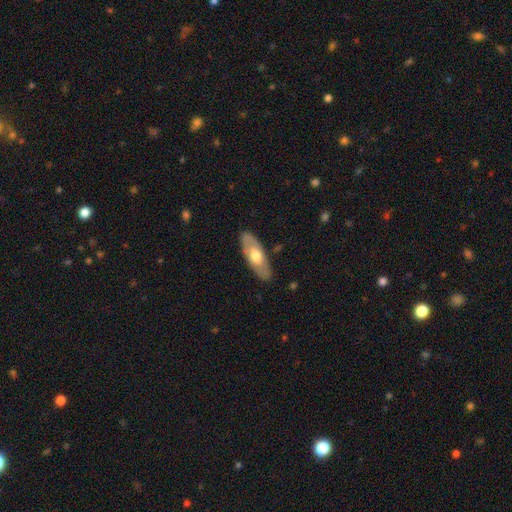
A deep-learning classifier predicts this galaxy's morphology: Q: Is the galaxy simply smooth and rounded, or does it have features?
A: smooth — 52%.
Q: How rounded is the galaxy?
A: in between — 74%.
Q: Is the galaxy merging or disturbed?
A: none — 85%.